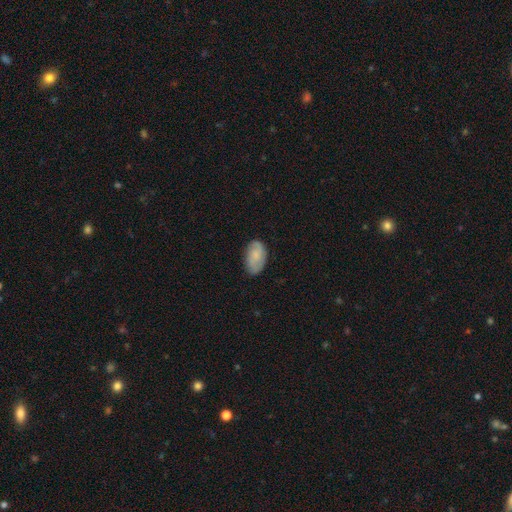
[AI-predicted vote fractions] Smooth or featured? smooth (56%)
How rounded? in between (92%)
Merging? none (78%)